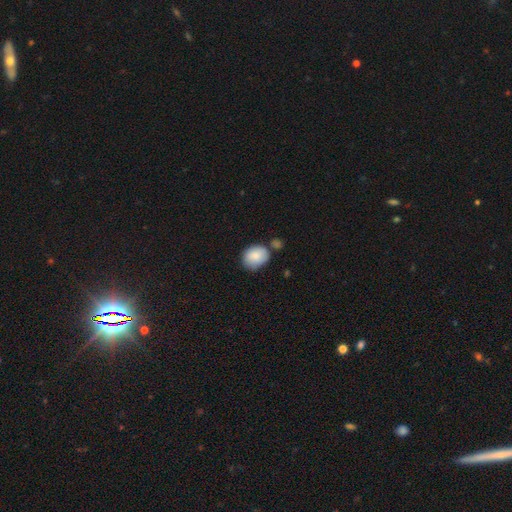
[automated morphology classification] A smooth galaxy with no disk features (85%) that is round (50%).

Vote fractions:
- Smooth or featured? smooth: 85% / featured or disk: 8% / star or artifact: 7%
- How rounded? round: 50% / in between: 49% / cigar-shaped: 1%
- Merging? none: 58% / minor disturbance: 22% / merger: 15% / major disturbance: 5%